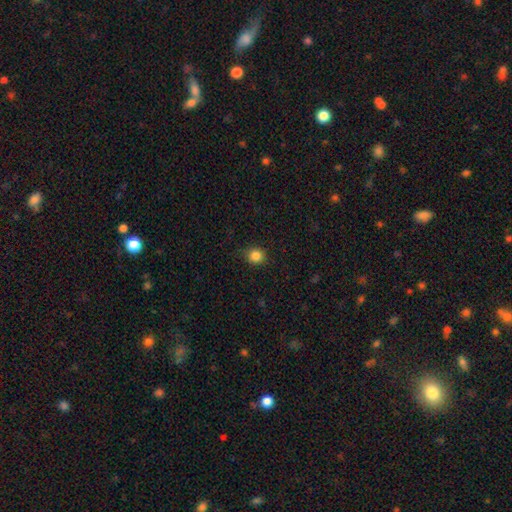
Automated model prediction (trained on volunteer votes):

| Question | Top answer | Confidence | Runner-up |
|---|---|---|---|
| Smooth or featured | smooth | 85% | star or artifact (11%) |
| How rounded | round | 87% | in between (12%) |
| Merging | none | 85% | minor disturbance (11%) |